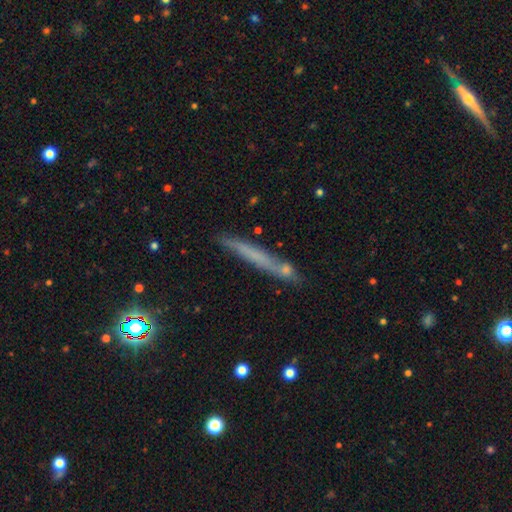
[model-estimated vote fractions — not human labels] smooth_or_featured: smooth (p=0.49) [alt: featured or disk p=0.38]
merging: none (p=0.76) [alt: minor disturbance p=0.15]